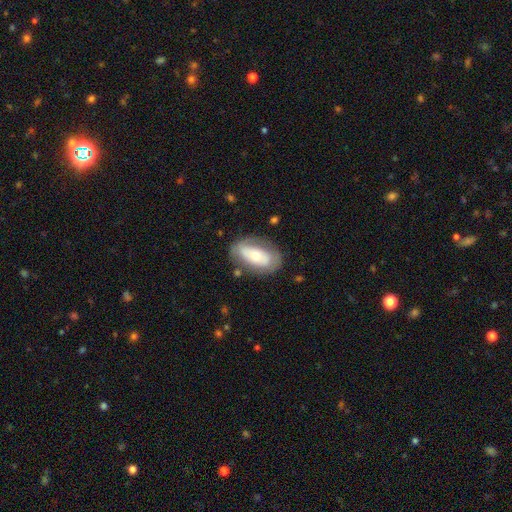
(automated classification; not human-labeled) Q: Smooth or featured?
A: featured or disk (47%); tied with: smooth (47%)
Q: Merging?
A: none (70%); runner-up: minor disturbance (19%)